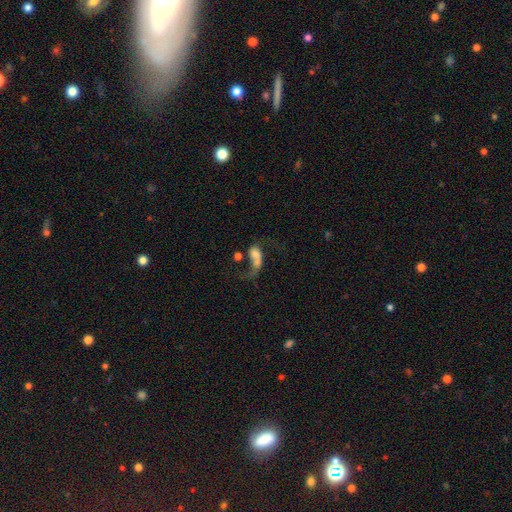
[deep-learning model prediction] featured or disk 48%, smooth 40%, star or artifact 12%. Down the decision tree: merging — merger (54%).